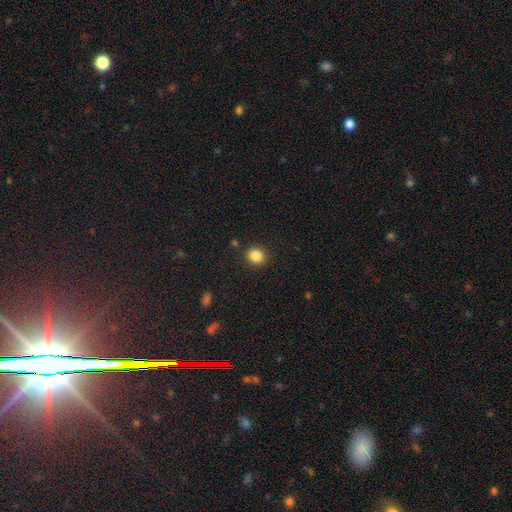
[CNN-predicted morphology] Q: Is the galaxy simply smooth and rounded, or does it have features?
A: smooth — 85%.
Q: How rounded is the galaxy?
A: round — 80%.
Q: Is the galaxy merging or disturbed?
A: none — 88%.